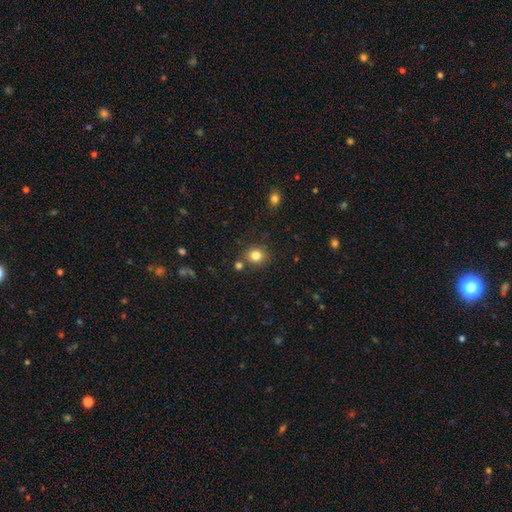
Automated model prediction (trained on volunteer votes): This appears to be a smooth galaxy with no disk features (82%) that is round (78%). Merging: none (77%).